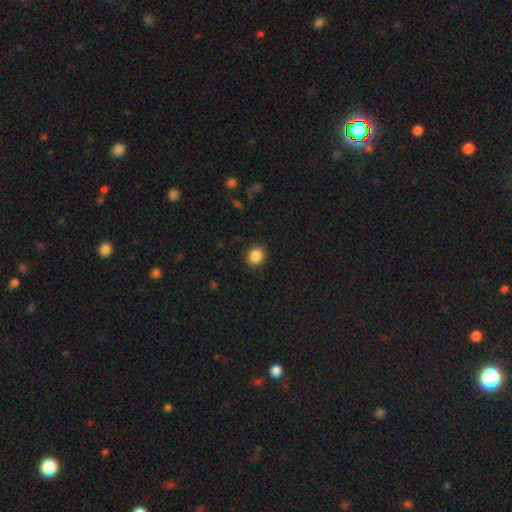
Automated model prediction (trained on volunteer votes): Smooth or featured: smooth — 87% (star or artifact — 9%)
How rounded: round — 65% (in between — 34%)
Merging: none — 89% (minor disturbance — 8%)